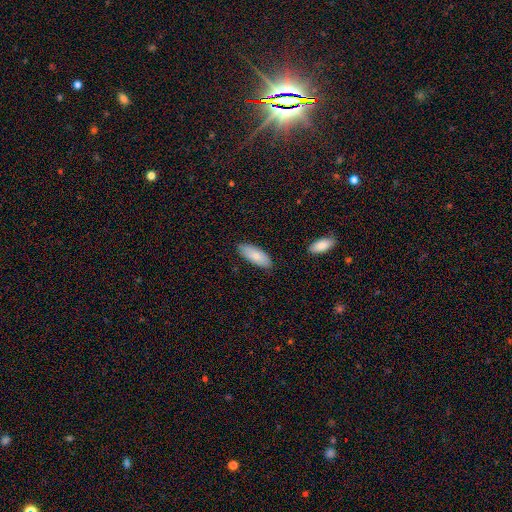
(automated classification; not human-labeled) Morphology: type=smooth (81%); roundness=in between (80%); merging=none (86%).